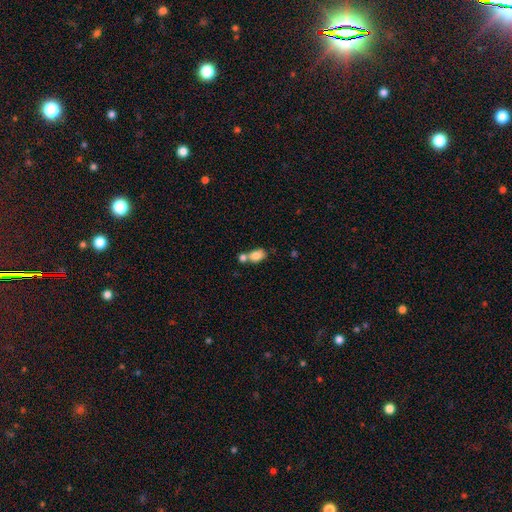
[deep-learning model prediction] smooth-or-featured: smooth: 79% | featured or disk: 12% | star or artifact: 9%
  how-rounded: in between: 80% | round: 18% | cigar-shaped: 3%
  merging: merger: 50% | none: 32% | minor disturbance: 11% | major disturbance: 6%